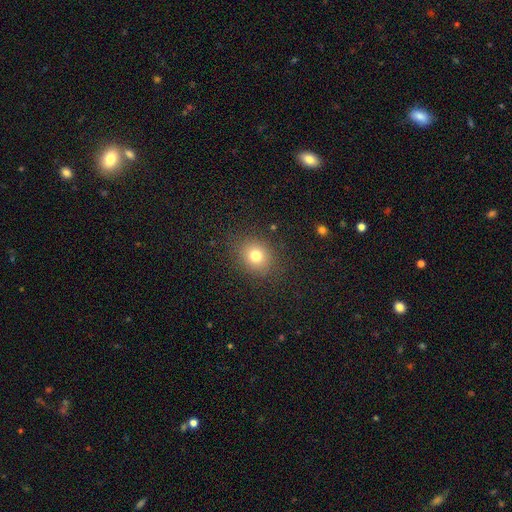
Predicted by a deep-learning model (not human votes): Smooth or featured? smooth (77%)
How rounded? round (74%)
Merging? none (86%)